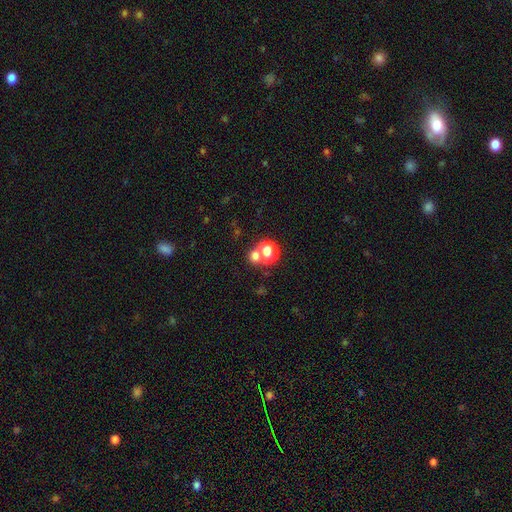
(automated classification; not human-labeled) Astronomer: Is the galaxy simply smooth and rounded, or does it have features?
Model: smooth — 66%.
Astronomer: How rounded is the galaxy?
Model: round — 82%.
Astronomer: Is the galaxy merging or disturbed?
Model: none — 55% (runner-up: merger, 34%).